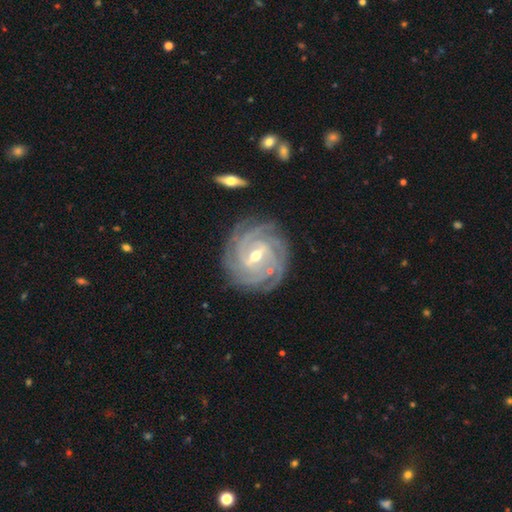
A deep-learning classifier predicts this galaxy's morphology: smooth_or_featured: featured or disk (p=0.91) [alt: star or artifact p=0.04]
disk_edge_on: no (p=0.97) [alt: yes p=0.03]
bar: weak (p=0.48) [alt: strong p=0.38]
has_spiral_arms: yes (p=0.98) [alt: no p=0.02]
spiral_winding: tight (p=0.81) [alt: medium p=0.17]
spiral_arm_count: 4 (p=0.37) [alt: 3 p=0.19]
bulge_size: moderate (p=0.55) [alt: small p=0.42]
merging: none (p=0.83) [alt: minor disturbance p=0.12]